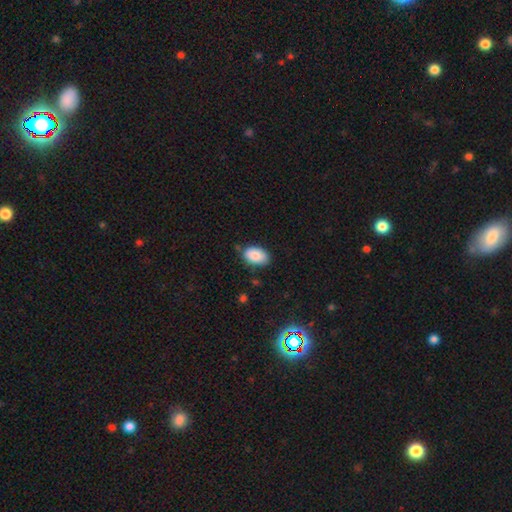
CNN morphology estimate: smooth 86%, star or artifact 7%, featured or disk 7%. Down the decision tree: how rounded — in between (91%); merging — none (77%).